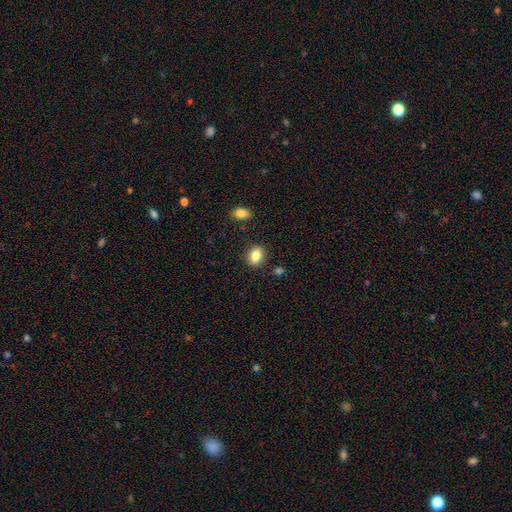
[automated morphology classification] Smooth or featured?
  - smooth: 84% *
  - star or artifact: 9%
  - featured or disk: 7%
How rounded?
  - in between: 70% *
  - round: 28%
  - cigar-shaped: 2%
Merging?
  - none: 85% *
  - minor disturbance: 9%
  - merger: 3%
  - major disturbance: 3%